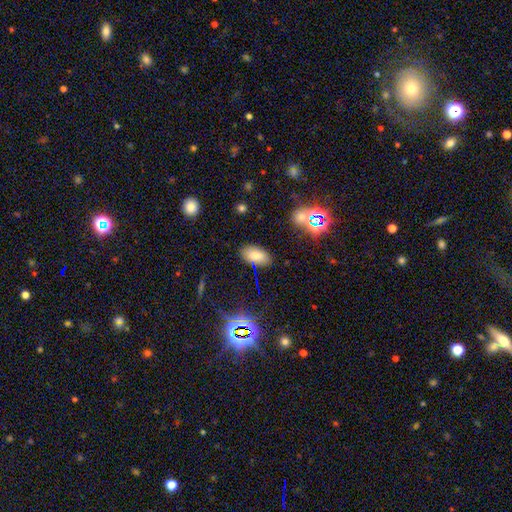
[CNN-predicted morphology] type=smooth (76%); roundness=in between (93%); merging=none (83%).